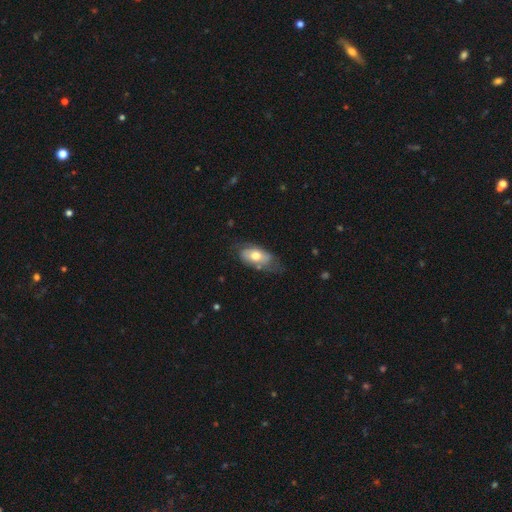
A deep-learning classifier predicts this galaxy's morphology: type=smooth (55%); roundness=in between (90%); merging=none (49%).